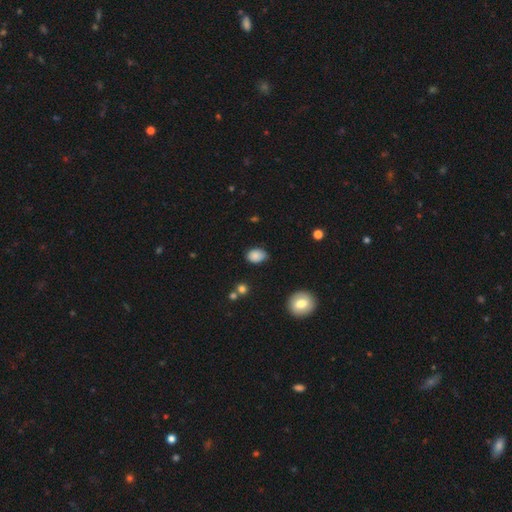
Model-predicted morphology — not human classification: smooth_or_featured: smooth (p=0.83) [alt: star or artifact p=0.09]
how_rounded: in between (p=0.69) [alt: round p=0.30]
merging: none (p=0.70) [alt: minor disturbance p=0.24]